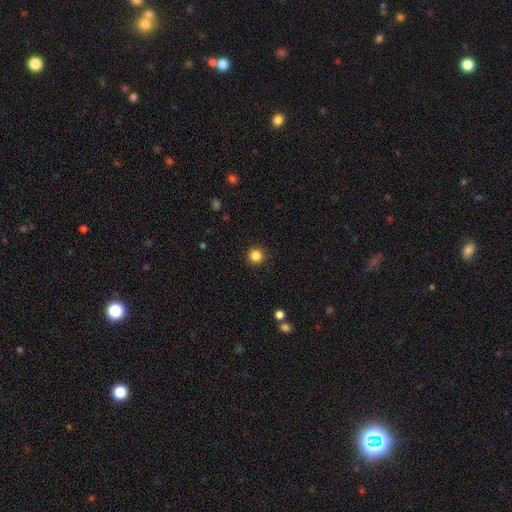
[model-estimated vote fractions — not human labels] A smooth galaxy with no disk features (85%) that is round (95%). Merging: none (93%).